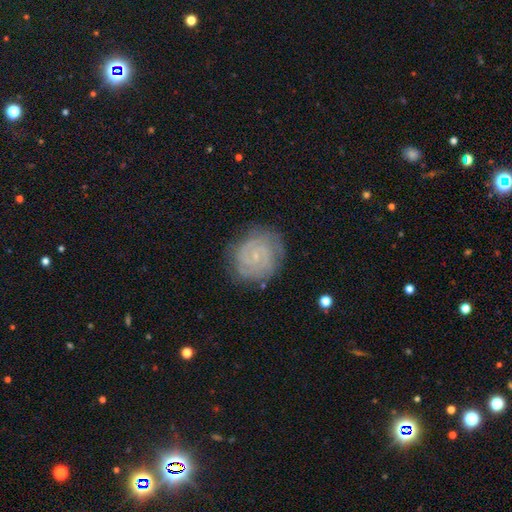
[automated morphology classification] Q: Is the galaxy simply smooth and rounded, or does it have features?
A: featured or disk — 77%.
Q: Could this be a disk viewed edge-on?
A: no — 98%.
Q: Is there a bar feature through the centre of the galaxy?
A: no — 62%.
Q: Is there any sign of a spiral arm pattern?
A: yes — 94%.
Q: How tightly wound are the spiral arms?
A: tight — 70%.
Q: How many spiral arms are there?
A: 2 — 40%.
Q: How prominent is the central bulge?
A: small — 81%.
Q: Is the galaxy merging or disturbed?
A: none — 78%.